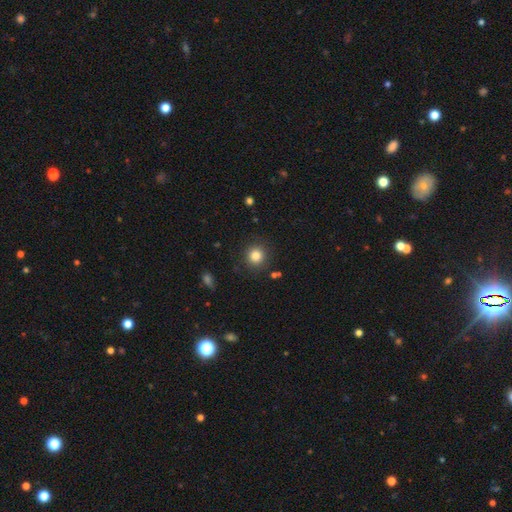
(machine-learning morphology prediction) A smooth galaxy with no disk features (83%) that is round (92%).

Vote fractions:
- Smooth or featured? smooth: 83% / star or artifact: 12% / featured or disk: 6%
- How rounded? round: 92% / in between: 7% / cigar-shaped: 1%
- Merging? none: 88% / minor disturbance: 7% / major disturbance: 3% / merger: 2%